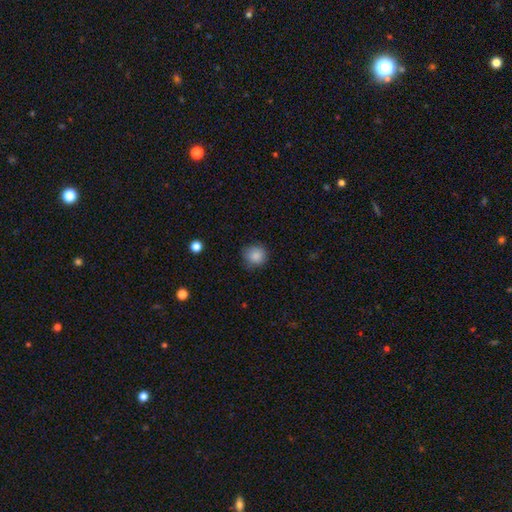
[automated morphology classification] A smooth galaxy with no disk features (87%) that is round (89%).

Vote fractions:
- Smooth or featured? smooth: 87% / star or artifact: 9% / featured or disk: 4%
- How rounded? round: 89% / in between: 10% / cigar-shaped: 1%
- Merging? none: 81% / minor disturbance: 15% / major disturbance: 3% / merger: 1%